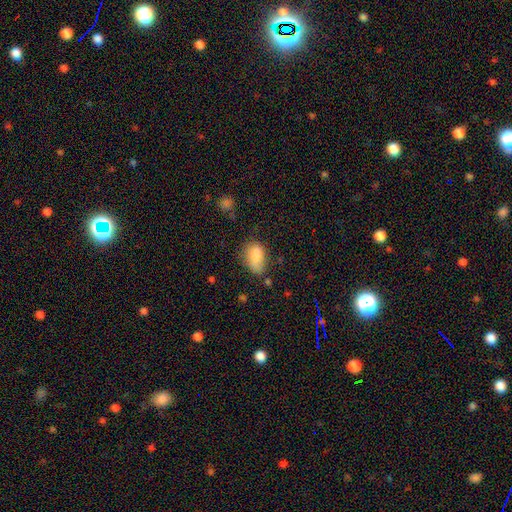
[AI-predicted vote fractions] A smooth galaxy with no disk features (82%) that is in between round and cigar-shaped (87%). Merging: none (43%).